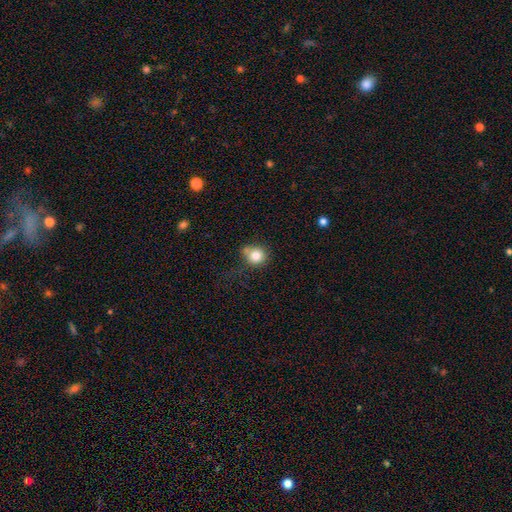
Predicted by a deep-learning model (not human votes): A smooth galaxy with no disk features (81%) that is round (85%). Merging: none (62%).